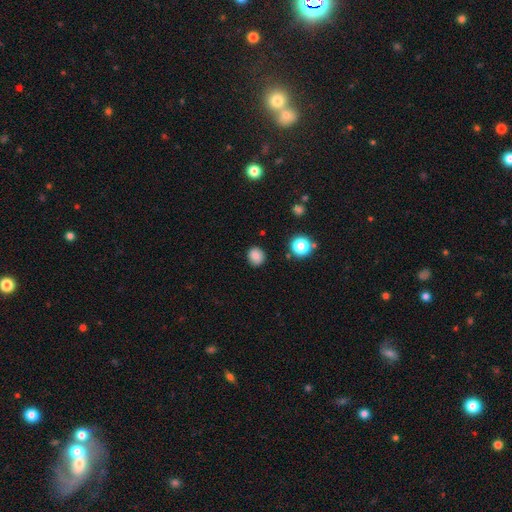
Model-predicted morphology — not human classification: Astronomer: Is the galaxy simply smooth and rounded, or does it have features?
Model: smooth — 82%.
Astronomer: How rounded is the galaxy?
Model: round — 82%.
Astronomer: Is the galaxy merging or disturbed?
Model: none — 85%.